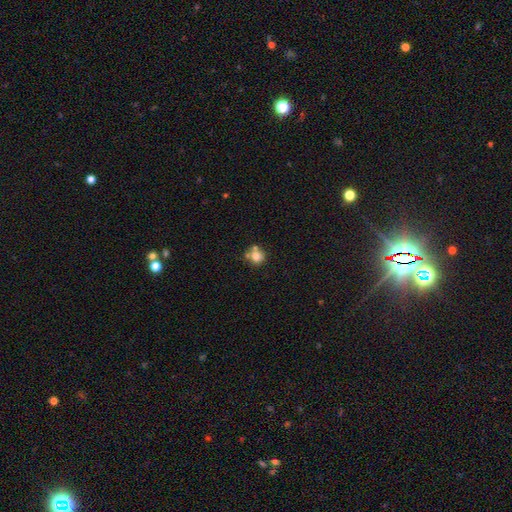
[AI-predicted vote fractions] Morphology: type=smooth (76%); roundness=round (85%); merging=none (52%).